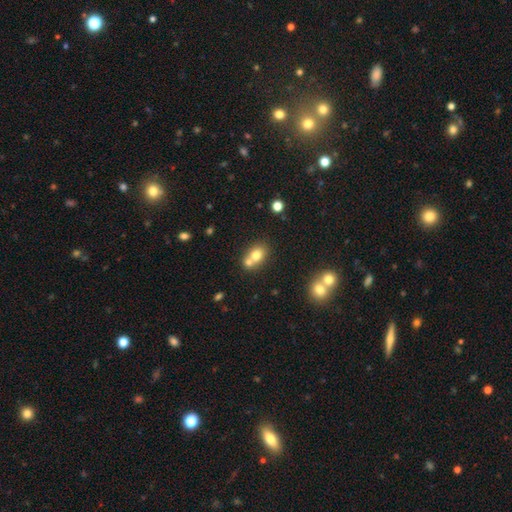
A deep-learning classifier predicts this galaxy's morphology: Overall: smooth (74%). How rounded: round (51%; in between 48%). Merging: merger (51%; none 38%).